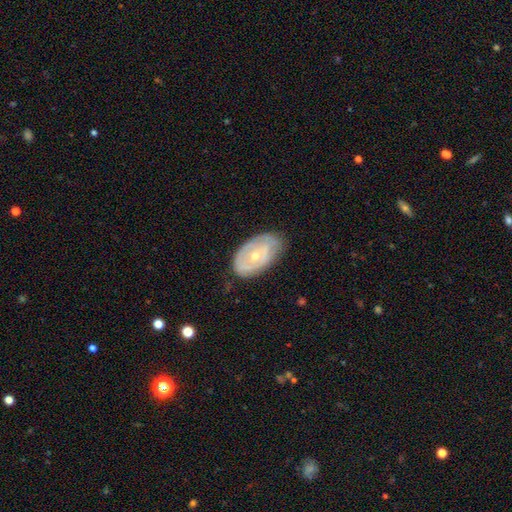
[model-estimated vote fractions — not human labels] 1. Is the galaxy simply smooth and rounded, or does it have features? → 65% featured or disk, 29% smooth, 6% star or artifact.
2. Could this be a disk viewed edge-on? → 93% no, 7% yes.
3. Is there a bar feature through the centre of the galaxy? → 77% no, 18% weak, 5% strong.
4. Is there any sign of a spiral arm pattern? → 54% yes, 46% no.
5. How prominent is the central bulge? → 58% small, 39% moderate, 1% large, 1% none, 1% dominant.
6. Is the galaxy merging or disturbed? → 66% none, 25% minor disturbance, 7% major disturbance, 1% merger.